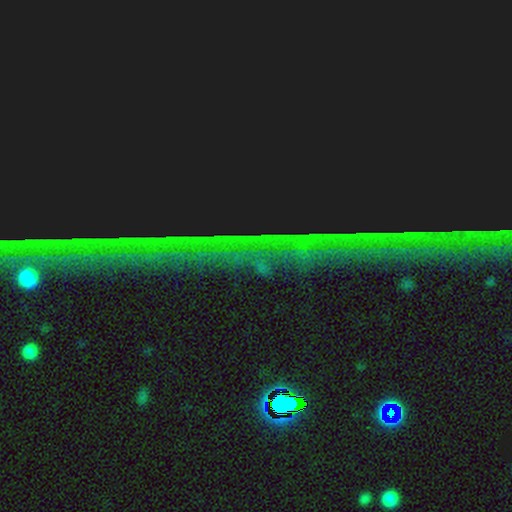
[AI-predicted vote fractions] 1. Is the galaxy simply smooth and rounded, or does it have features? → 86% star or artifact, 7% featured or disk, 6% smooth.